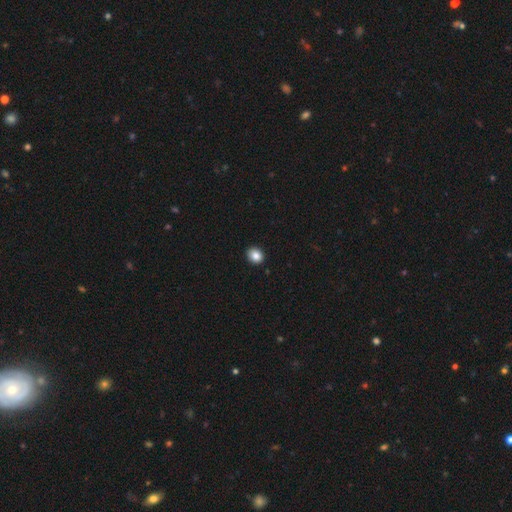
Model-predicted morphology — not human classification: Smooth or featured?
  - smooth: 86% *
  - star or artifact: 10%
  - featured or disk: 5%
How rounded?
  - round: 64% *
  - in between: 35%
  - cigar-shaped: 1%
Merging?
  - none: 92% *
  - minor disturbance: 6%
  - major disturbance: 1%
  - merger: 1%